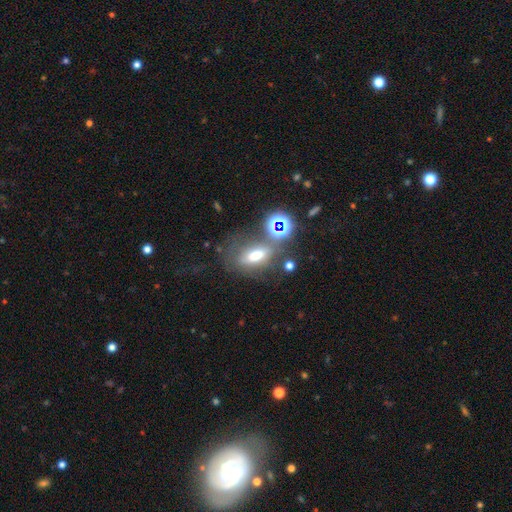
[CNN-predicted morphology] A smooth galaxy with no disk features (53%) that is in between round and cigar-shaped (74%). Merging: none (49%).